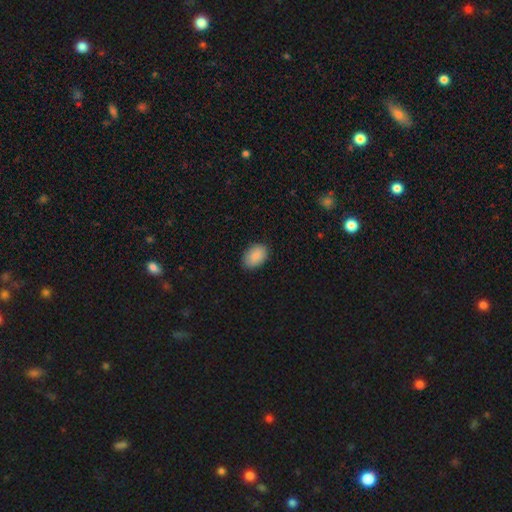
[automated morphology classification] A smooth galaxy with no disk features (88%) that is in between round and cigar-shaped (86%).

Vote fractions:
- Smooth or featured? smooth: 88% / star or artifact: 7% / featured or disk: 5%
- How rounded? in between: 86% / round: 13% / cigar-shaped: 1%
- Merging? none: 87% / minor disturbance: 10% / major disturbance: 2% / merger: 1%